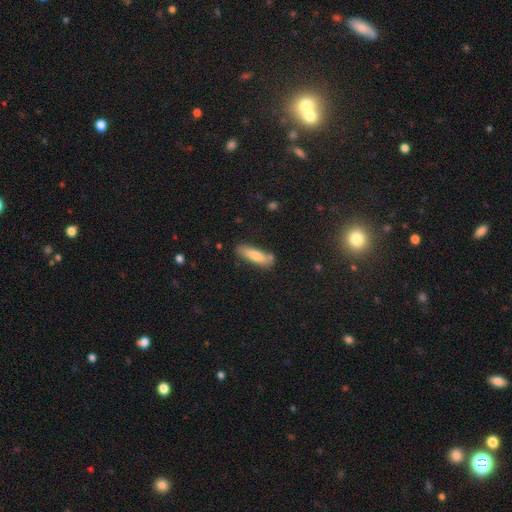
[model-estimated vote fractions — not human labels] Smooth or featured?
  - smooth: 66% *
  - featured or disk: 23%
  - star or artifact: 11%
How rounded?
  - cigar-shaped: 69% *
  - in between: 29%
  - round: 2%
Merging?
  - none: 77% *
  - minor disturbance: 16%
  - merger: 4%
  - major disturbance: 4%